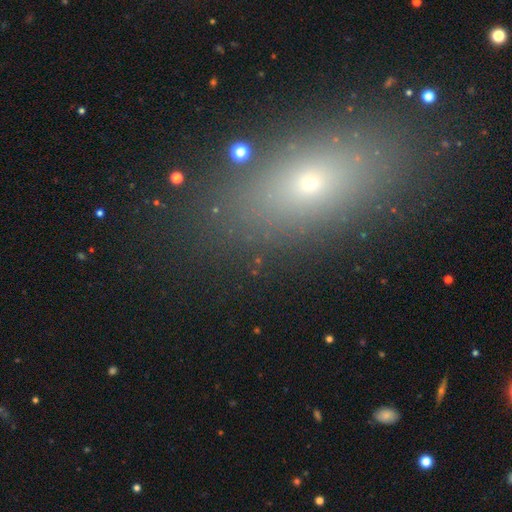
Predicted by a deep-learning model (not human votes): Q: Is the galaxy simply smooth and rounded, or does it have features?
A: smooth — 59%.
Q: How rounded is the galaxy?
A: in between — 72%.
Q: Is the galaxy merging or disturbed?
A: none — 85%.